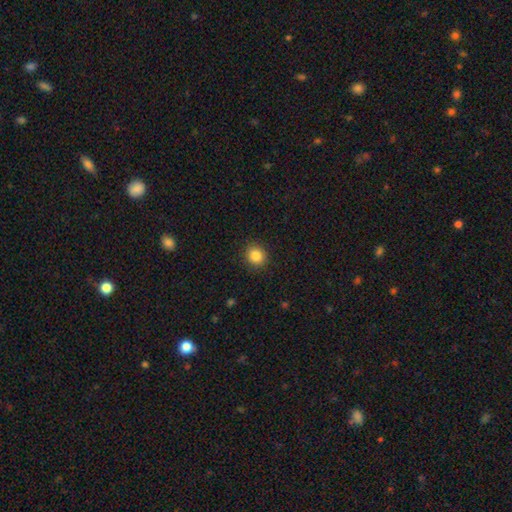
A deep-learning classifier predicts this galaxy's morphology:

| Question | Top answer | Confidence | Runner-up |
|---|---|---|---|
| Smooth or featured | smooth | 85% | star or artifact (10%) |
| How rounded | round | 82% | in between (17%) |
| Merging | none | 90% | minor disturbance (7%) |